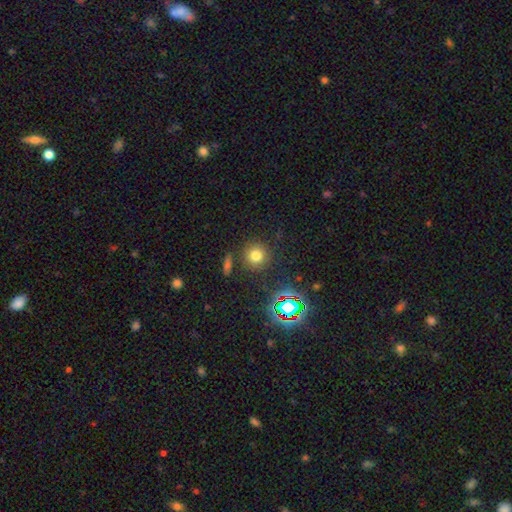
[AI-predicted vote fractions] Smooth or featured?
  - smooth: 71% *
  - star or artifact: 21%
  - featured or disk: 9%
How rounded?
  - round: 93% *
  - in between: 6%
  - cigar-shaped: 1%
Merging?
  - none: 85% *
  - minor disturbance: 8%
  - merger: 4%
  - major disturbance: 3%